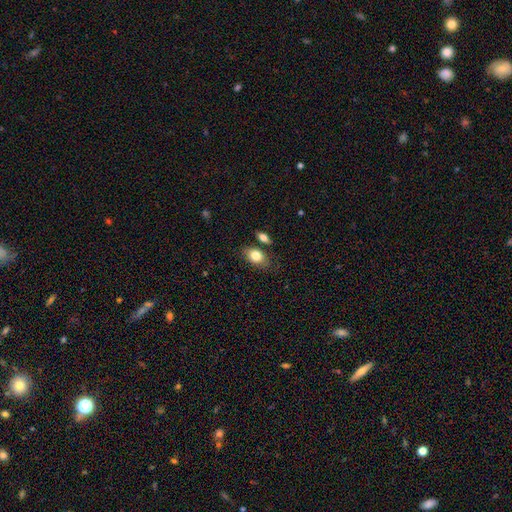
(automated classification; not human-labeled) The model was most divided on "merging": none: 70%, minor disturbance: 17%, merger: 9%, major disturbance: 4%. More confident: how rounded — in between (83%); smooth or featured — smooth (81%).